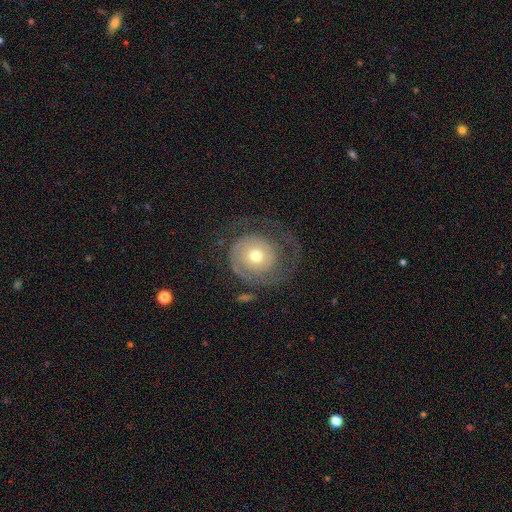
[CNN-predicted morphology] featured or disk 75%, smooth 19%, star or artifact 6%. Down the decision tree: edge-on disk — no (98%); bar — no (83%); spiral arms — yes (86%); spiral arm count — 1 (49%); spiral winding — tight (65%); bulge size — moderate (67%); merging — none (58%).